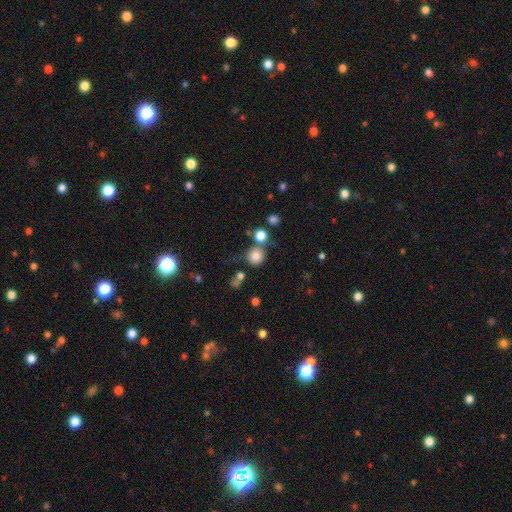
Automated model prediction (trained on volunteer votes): This appears to be a smooth galaxy with no disk features (80%) that is round (90%). Merging: none (64%).